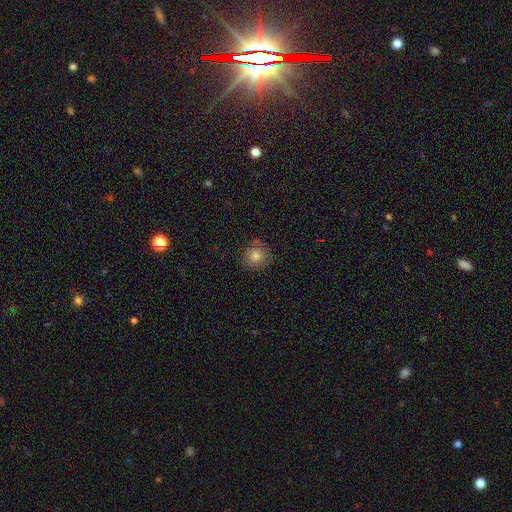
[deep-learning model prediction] Smooth or featured?
  - smooth: 75% *
  - featured or disk: 13%
  - star or artifact: 13%
How rounded?
  - round: 91% *
  - in between: 8%
  - cigar-shaped: 1%
Merging?
  - none: 81% *
  - minor disturbance: 14%
  - major disturbance: 3%
  - merger: 2%